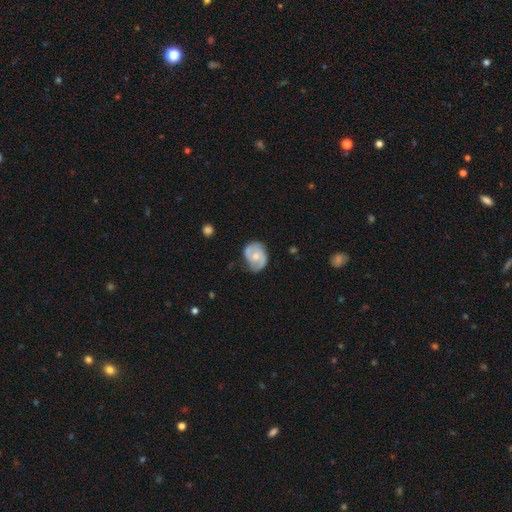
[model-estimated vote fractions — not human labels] The model was most divided on "bulge size": moderate: 57%, small: 39%, large: 2%, none: 2%, dominant: 1%. More confident: edge-on disk — no (97%); spiral arms — yes (74%); bar — no (67%); smooth or featured — featured or disk (59%); merging — none (58%).